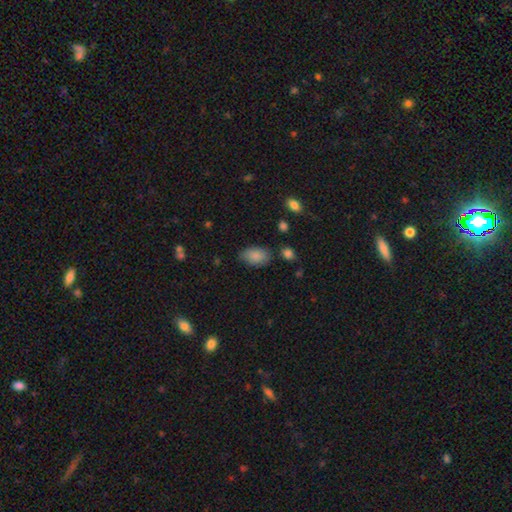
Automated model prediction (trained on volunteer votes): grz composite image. It shows a smooth galaxy with no disk features (86%) that is in between round and cigar-shaped (91%). Merging: none (75%).